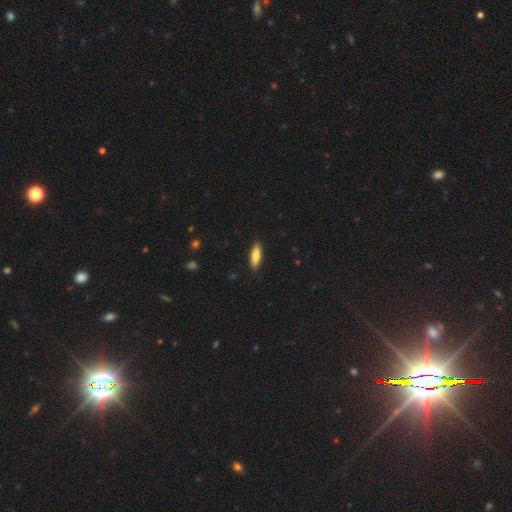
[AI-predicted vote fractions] The model was most divided on "how rounded": cigar-shaped: 51%, in between: 47%, round: 2%. More confident: merging — none (88%); smooth or featured — smooth (80%).